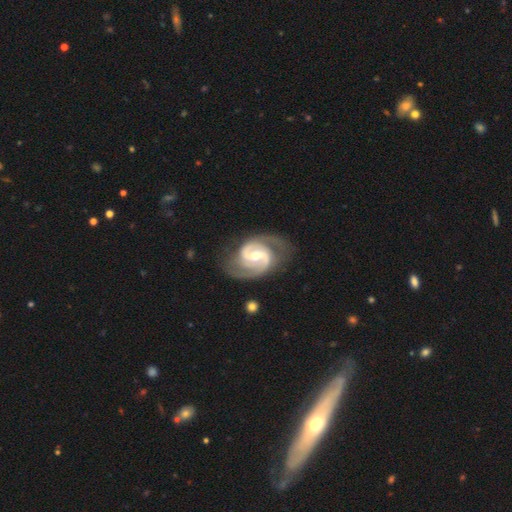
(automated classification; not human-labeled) featured or disk 93%, smooth 4%, star or artifact 4%. Down the decision tree: edge-on disk — no (98%); bar — weak (53%); spiral arms — yes (98%); spiral arm count — 2 (89%); spiral winding — medium (54%); bulge size — moderate (61%); merging — none (72%).